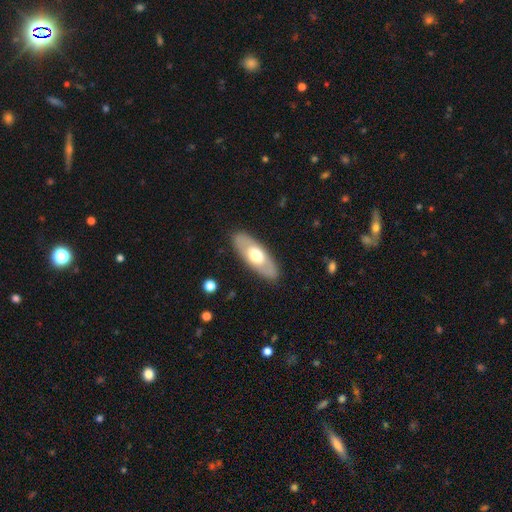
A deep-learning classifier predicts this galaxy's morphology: Smooth or featured? smooth (53%)
How rounded? in between (79%)
Merging? none (87%)